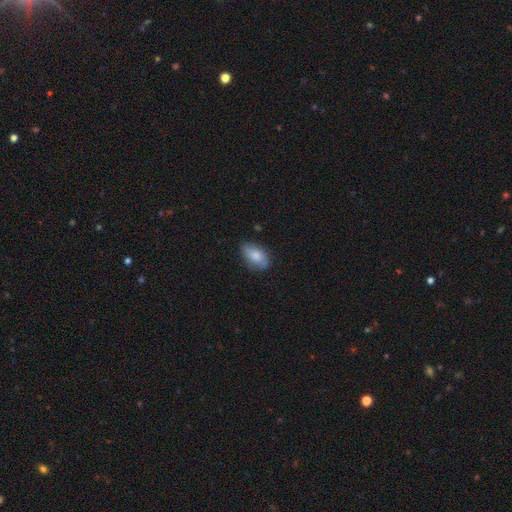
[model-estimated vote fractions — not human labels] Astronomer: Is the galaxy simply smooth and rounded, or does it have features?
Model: smooth — 77%.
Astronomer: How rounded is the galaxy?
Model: in between — 91%.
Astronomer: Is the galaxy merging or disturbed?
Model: none — 69%.